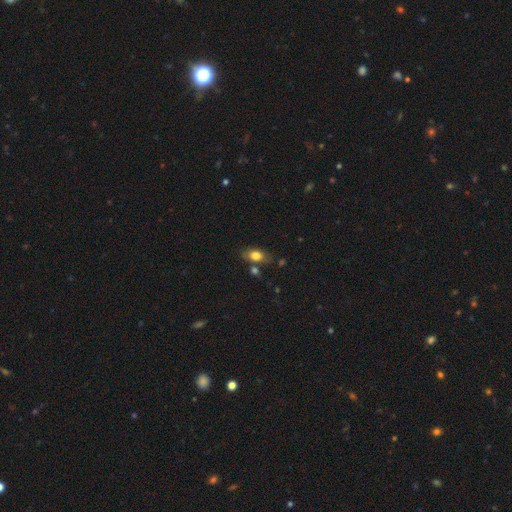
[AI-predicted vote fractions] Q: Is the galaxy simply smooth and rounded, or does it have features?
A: smooth — 77%.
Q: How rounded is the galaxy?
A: in between — 82%.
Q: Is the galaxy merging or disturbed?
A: none — 70%.